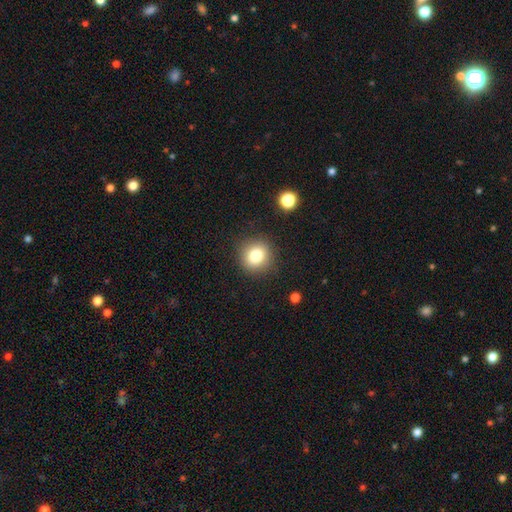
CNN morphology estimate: smooth_or_featured: smooth (p=0.80) [alt: star or artifact p=0.12]
how_rounded: round (p=0.88) [alt: in between p=0.11]
merging: none (p=0.89) [alt: minor disturbance p=0.07]